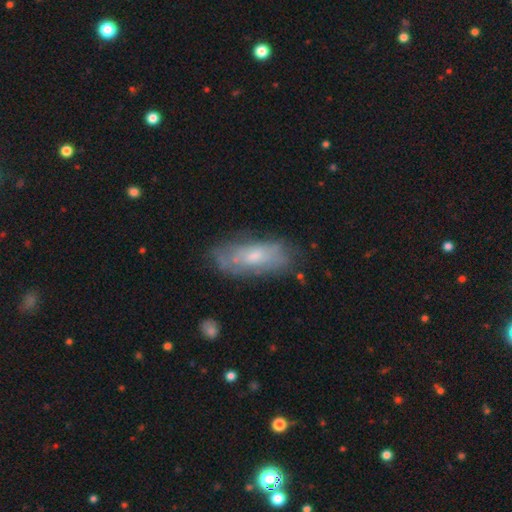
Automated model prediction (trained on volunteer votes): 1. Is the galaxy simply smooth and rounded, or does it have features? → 50% smooth, 44% featured or disk, 7% star or artifact.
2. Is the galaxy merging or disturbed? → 62% none, 24% minor disturbance, 10% major disturbance, 3% merger.